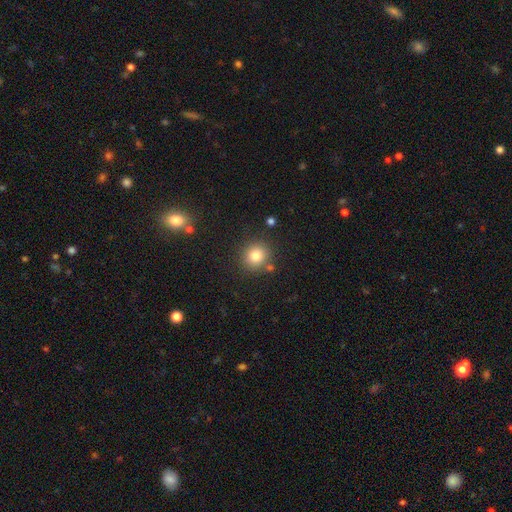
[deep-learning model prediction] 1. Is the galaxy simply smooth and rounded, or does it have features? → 80% smooth, 12% star or artifact, 7% featured or disk.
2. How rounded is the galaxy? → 88% round, 11% in between, 1% cigar-shaped.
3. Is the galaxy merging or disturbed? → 83% none, 8% minor disturbance, 5% merger, 3% major disturbance.